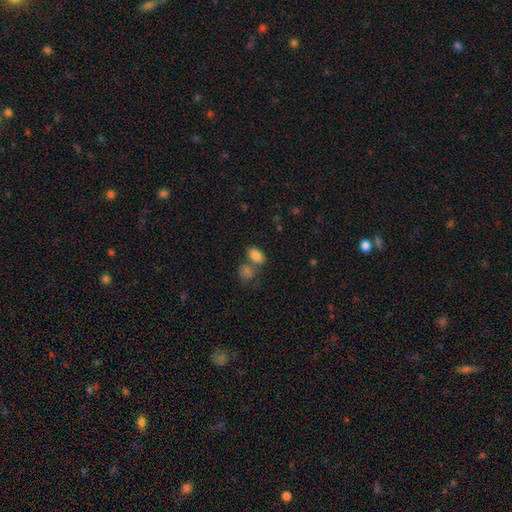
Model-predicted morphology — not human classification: A smooth galaxy with no disk features (83%) that is in between round and cigar-shaped (88%).

Vote fractions:
- Smooth or featured? smooth: 83% / star or artifact: 10% / featured or disk: 7%
- How rounded? in between: 88% / round: 10% / cigar-shaped: 2%
- Merging? none: 52% / merger: 32% / minor disturbance: 12% / major disturbance: 5%